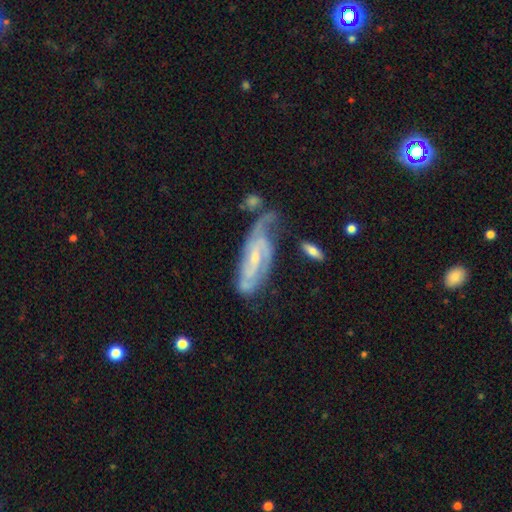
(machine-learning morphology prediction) featured or disk 82%, smooth 12%, star or artifact 6%. Down the decision tree: edge-on disk — no (89%); bar — weak (42%); spiral arms — yes (94%); spiral arm count — 2 (51%); spiral winding — tight (45%); bulge size — small (66%); merging — none (39%).